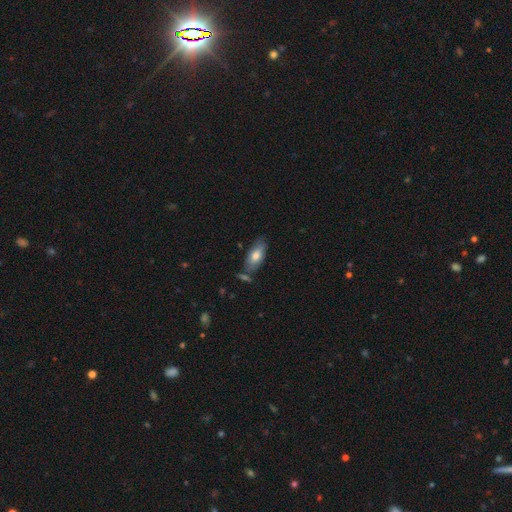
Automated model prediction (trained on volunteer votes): This is likely a smooth galaxy (72%). How rounded: clearly in between (87%). Merging: likely none (69%).